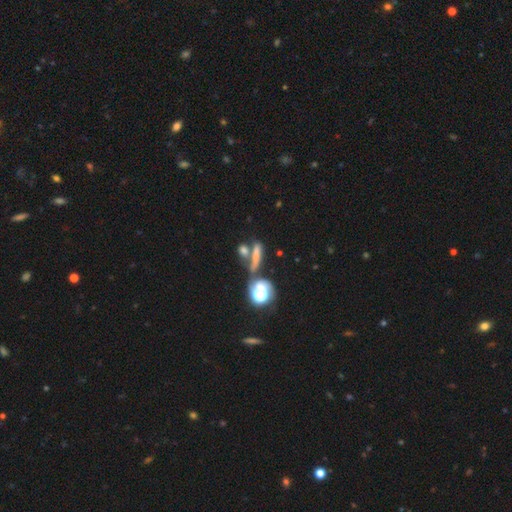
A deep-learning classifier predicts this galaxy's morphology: Smooth or featured? smooth (44%)
Merging? none (48%)